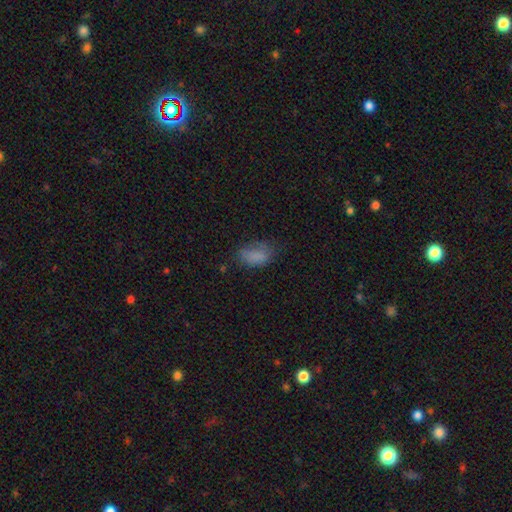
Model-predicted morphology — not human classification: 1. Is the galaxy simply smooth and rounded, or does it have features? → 77% smooth, 12% star or artifact, 11% featured or disk.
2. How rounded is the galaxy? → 90% in between, 7% round, 3% cigar-shaped.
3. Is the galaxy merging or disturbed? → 52% none, 29% minor disturbance, 16% major disturbance, 2% merger.